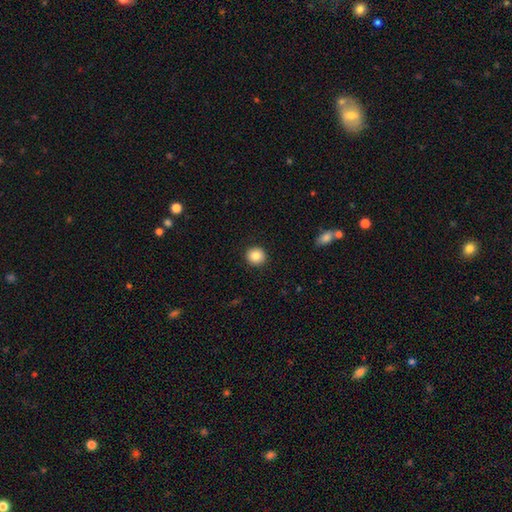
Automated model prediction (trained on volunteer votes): Q: Smooth or featured?
A: smooth (85%); runner-up: star or artifact (9%)
Q: How rounded?
A: round (93%); runner-up: in between (6%)
Q: Merging?
A: none (93%); runner-up: minor disturbance (5%)